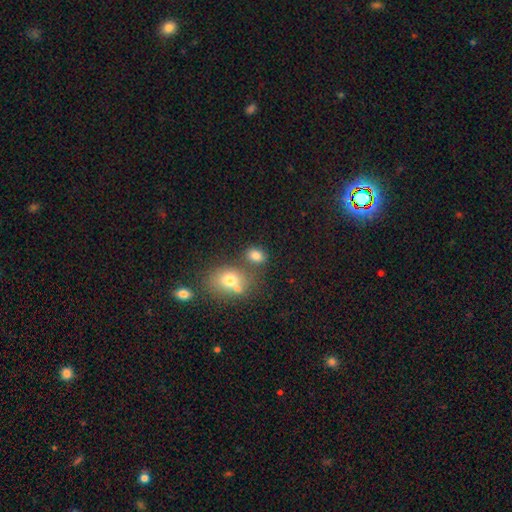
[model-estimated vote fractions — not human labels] This is likely a smooth galaxy (79%). How rounded: likely in between (63%). Merging: possibly none (59%).